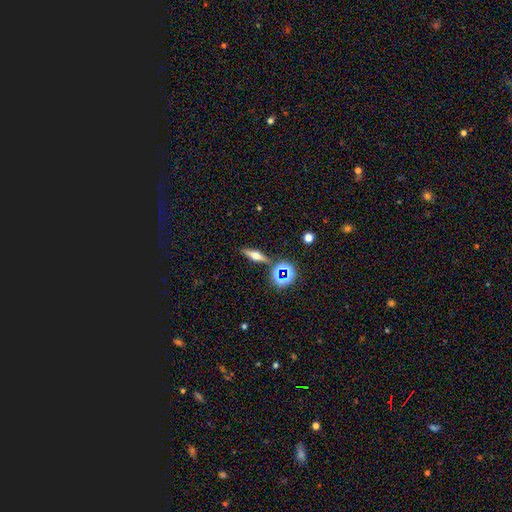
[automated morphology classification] Overall: featured or disk (50%; smooth 34%). Edge-on disk: yes (91%). Merging: none (83%).